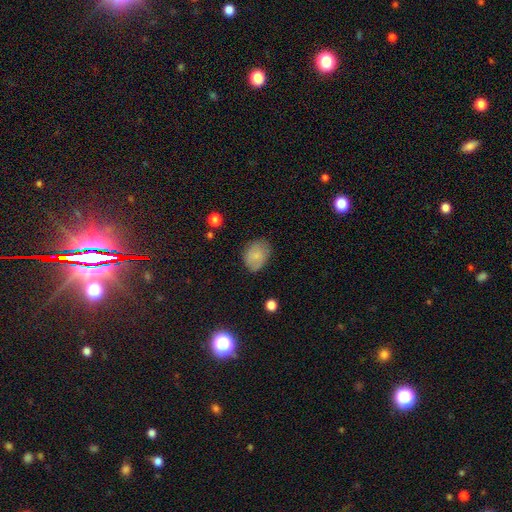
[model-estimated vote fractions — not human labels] A smooth galaxy with no disk features (72%) that is in between round and cigar-shaped (77%). Merging: none (73%).